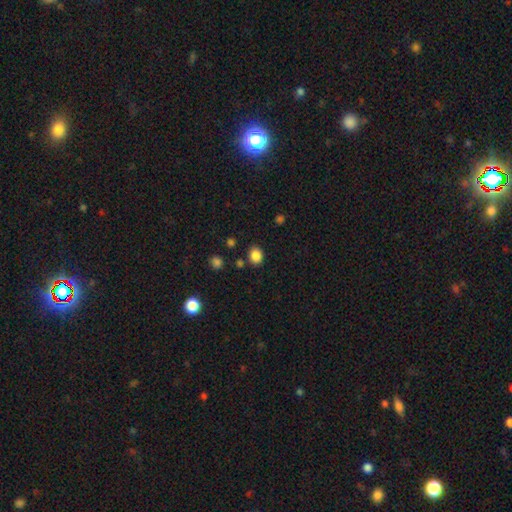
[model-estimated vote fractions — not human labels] Q: Smooth or featured?
A: smooth (85%); runner-up: star or artifact (11%)
Q: How rounded?
A: round (54%); runner-up: in between (45%)
Q: Merging?
A: none (82%); runner-up: minor disturbance (11%)